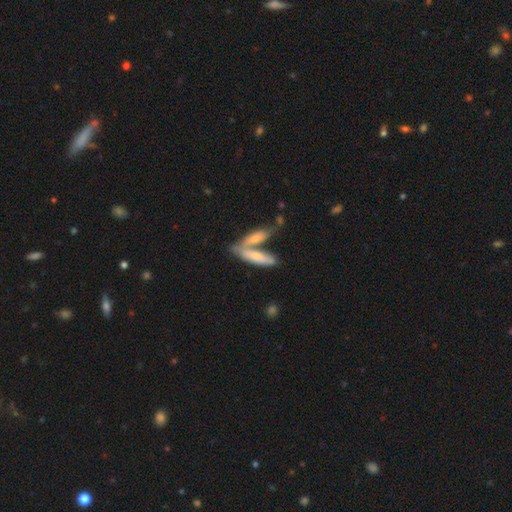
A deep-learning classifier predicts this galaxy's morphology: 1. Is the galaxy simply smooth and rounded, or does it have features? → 63% smooth, 31% featured or disk, 7% star or artifact.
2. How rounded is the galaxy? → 58% cigar-shaped, 39% in between, 2% round.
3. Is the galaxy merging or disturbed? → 55% merger, 32% none, 9% minor disturbance, 4% major disturbance.